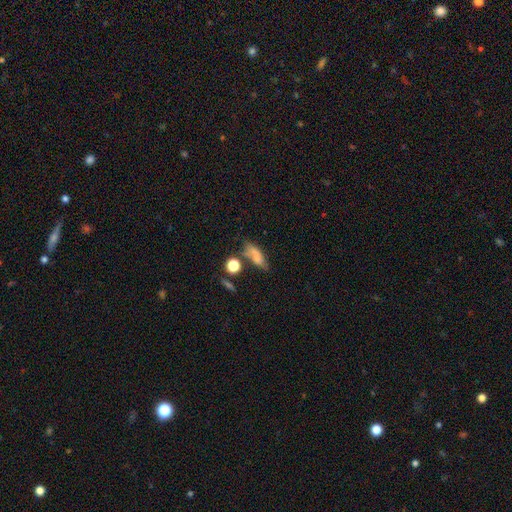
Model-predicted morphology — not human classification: A smooth galaxy with no disk features (65%) that is in between round and cigar-shaped (64%).

Vote fractions:
- Smooth or featured? smooth: 65% / featured or disk: 22% / star or artifact: 13%
- How rounded? in between: 64% / cigar-shaped: 25% / round: 11%
- Merging? none: 40% / minor disturbance: 24% / merger: 19% / major disturbance: 16%